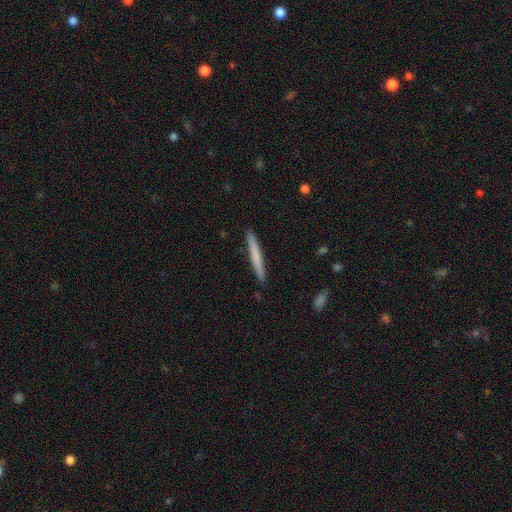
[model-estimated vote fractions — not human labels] smooth_or_featured: smooth (p=0.67) [alt: featured or disk p=0.27]
how_rounded: cigar-shaped (p=0.97) [alt: in between p=0.02]
merging: none (p=0.92) [alt: minor disturbance p=0.06]